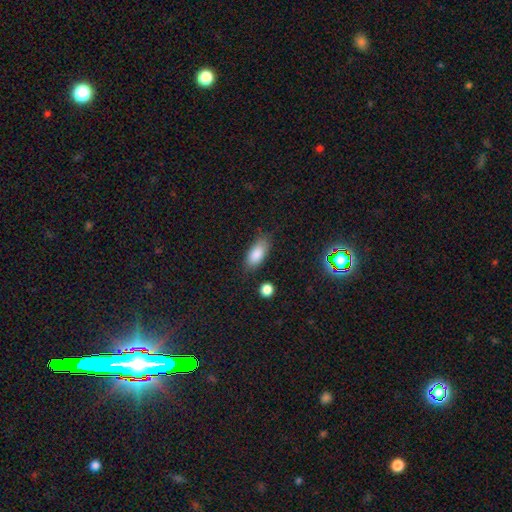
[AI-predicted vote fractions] smooth 85%, star or artifact 8%, featured or disk 7%. Down the decision tree: how rounded — in between (87%); merging — none (76%).